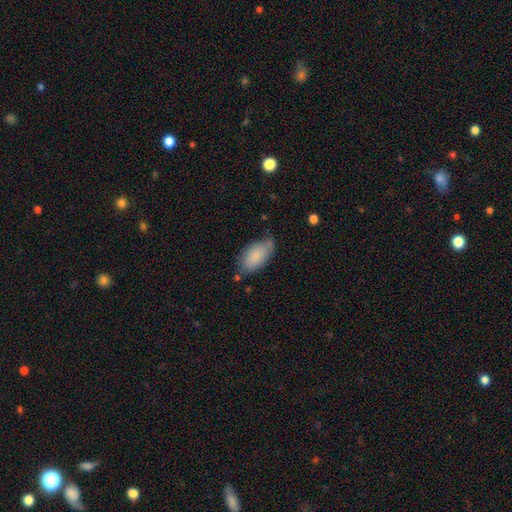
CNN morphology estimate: Q: Smooth or featured?
A: smooth (83%); runner-up: featured or disk (11%)
Q: How rounded?
A: in between (94%); runner-up: cigar-shaped (3%)
Q: Merging?
A: none (65%); runner-up: minor disturbance (25%)